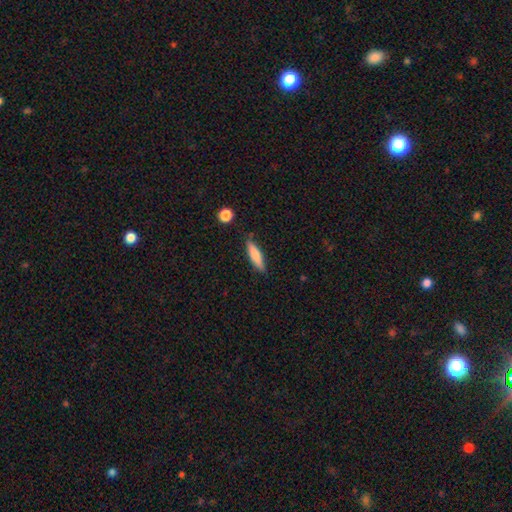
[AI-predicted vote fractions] A smooth galaxy with no disk features (76%) that is cigar-shaped (75%). Merging: none (83%).